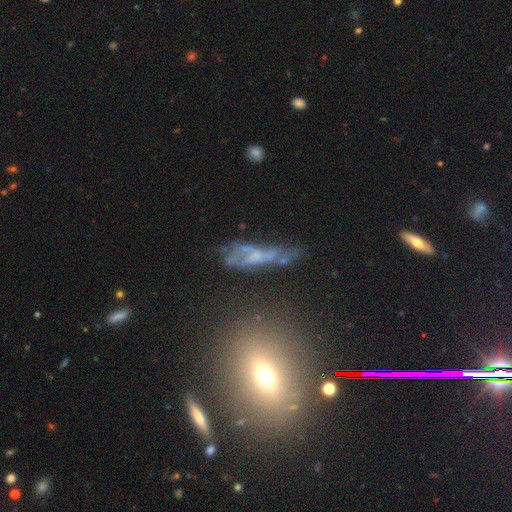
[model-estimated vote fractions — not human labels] smooth-or-featured: featured or disk: 57% | smooth: 28% | star or artifact: 16%
  disk-edge-on: no: 75% | yes: 25%
  merging: none: 36% | major disturbance: 29% | minor disturbance: 22% | merger: 13%